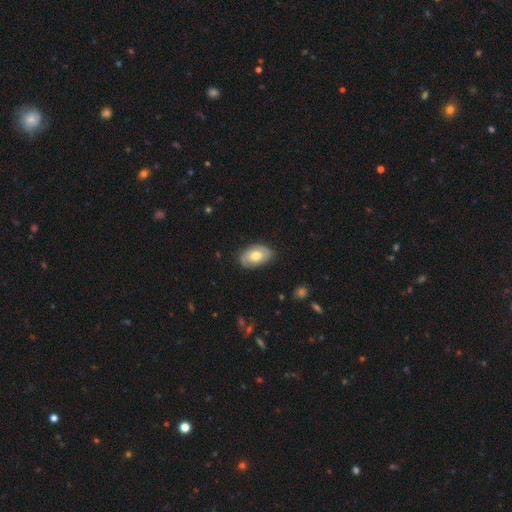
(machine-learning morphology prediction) Q: Smooth or featured?
A: smooth (53%); runner-up: featured or disk (41%)
Q: How rounded?
A: in between (91%); runner-up: round (7%)
Q: Merging?
A: none (79%); runner-up: minor disturbance (16%)